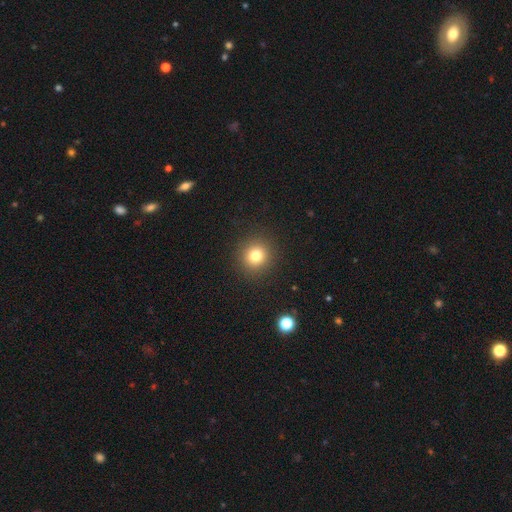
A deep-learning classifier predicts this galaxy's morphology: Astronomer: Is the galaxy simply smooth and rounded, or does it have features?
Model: smooth — 79%.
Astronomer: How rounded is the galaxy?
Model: round — 93%.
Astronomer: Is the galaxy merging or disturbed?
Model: none — 91%.